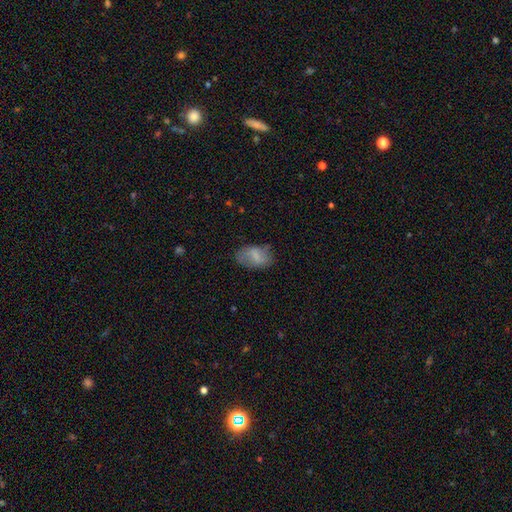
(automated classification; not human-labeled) Smooth or featured? smooth (69%)
How rounded? in between (90%)
Merging? none (64%)